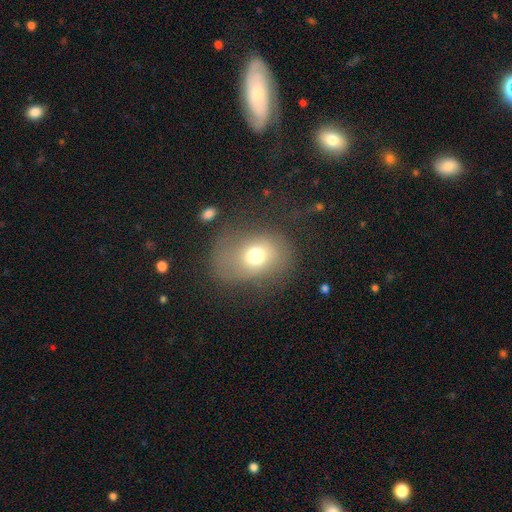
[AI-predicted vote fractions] This is likely a smooth galaxy (67%). How rounded: possibly in between (58%). Merging: possibly none (51%).